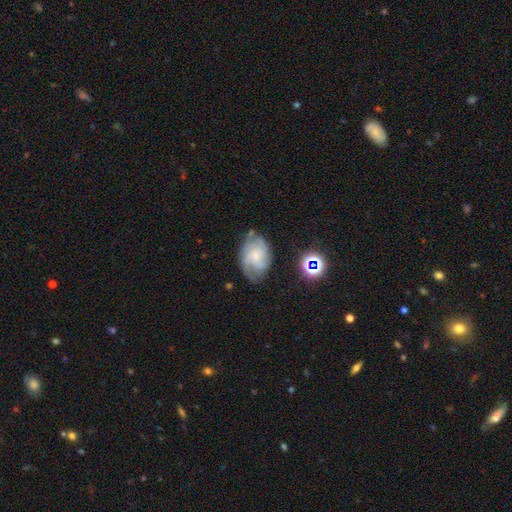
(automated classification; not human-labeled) Morphology: type=featured or disk (73%); edge-on=no (97%); bar=no (71%); spiral arms=yes (94%); winding=tight (46%); arm count=can't tell (29%, tied with 3); bulge=small (71%); merging=none (63%).